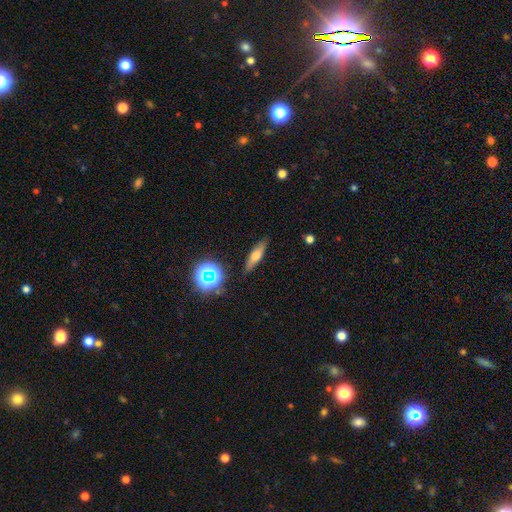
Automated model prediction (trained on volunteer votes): Overall: smooth (58%; featured or disk 30%). How rounded: cigar-shaped (61%; in between 33%). Merging: none (86%).